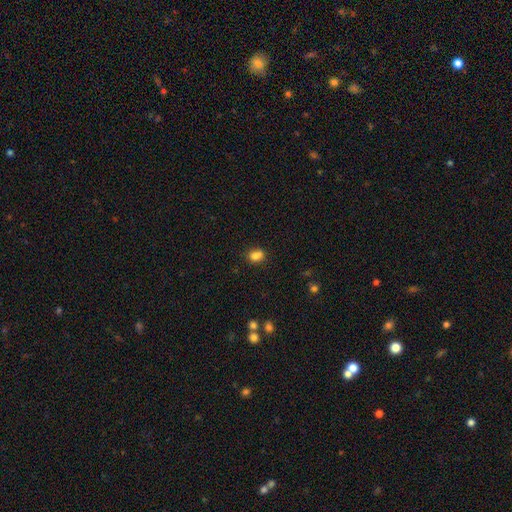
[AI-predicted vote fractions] smooth-or-featured: smooth: 80% | star or artifact: 12% | featured or disk: 8%
  how-rounded: in between: 54% | round: 45% | cigar-shaped: 1%
  merging: none: 57% | minor disturbance: 20% | merger: 17% | major disturbance: 5%